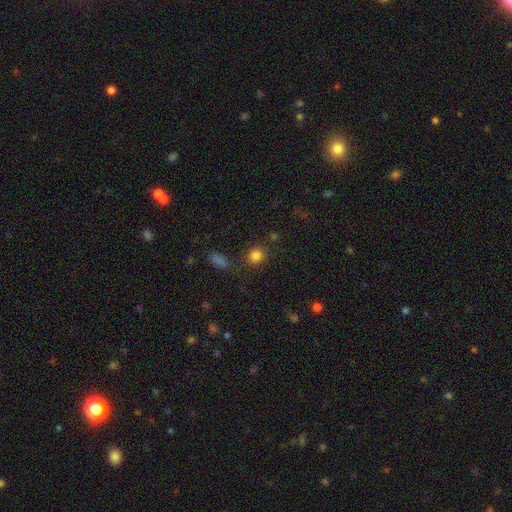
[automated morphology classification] Smooth or featured? Predicted: smooth (p=0.83). How rounded? Predicted: round (p=0.84). Merging? Predicted: none (p=0.81).